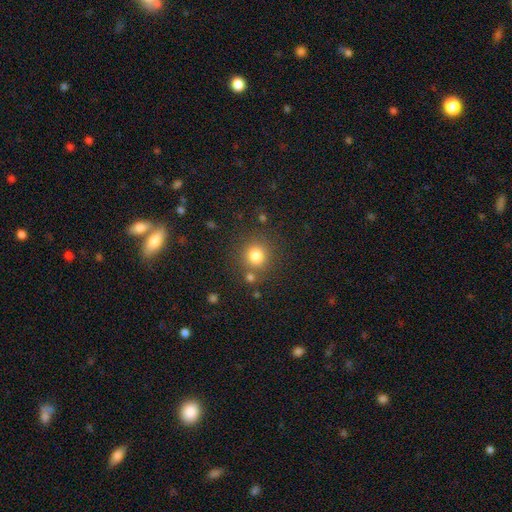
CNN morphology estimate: This appears to be a smooth galaxy with no disk features (80%) that is round (88%). Merging: none (78%).